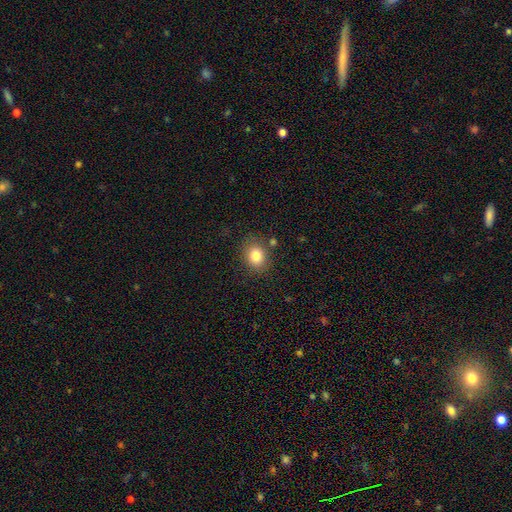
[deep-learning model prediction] Smooth or featured? smooth (82%)
How rounded? round (53%)
Merging? none (81%)